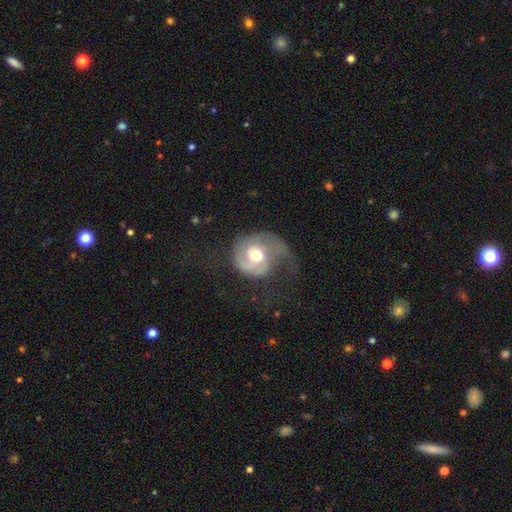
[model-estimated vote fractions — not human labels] smooth_or_featured: featured or disk (p=0.70) [alt: smooth p=0.24]
disk_edge_on: no (p=0.97) [alt: yes p=0.03]
bar: no (p=0.68) [alt: weak p=0.26]
has_spiral_arms: yes (p=0.87) [alt: no p=0.13]
spiral_winding: medium (p=0.36) [alt: tight p=0.33]
spiral_arm_count: 1 (p=0.57) [alt: 2 p=0.28]
bulge_size: moderate (p=0.73) [alt: large p=0.14]
merging: major disturbance (p=0.45) [alt: none p=0.30]